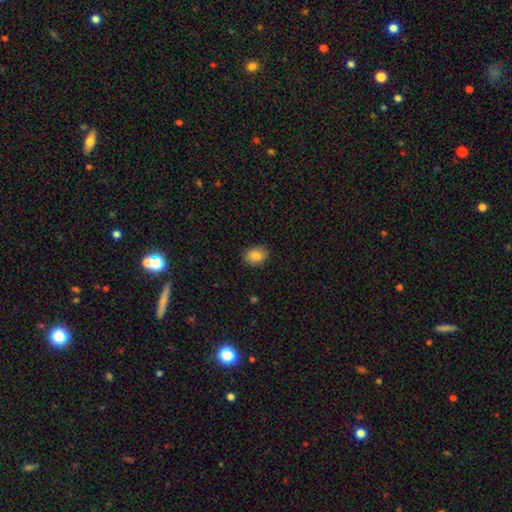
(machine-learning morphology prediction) type=smooth (86%); roundness=in between (63%); merging=none (85%).